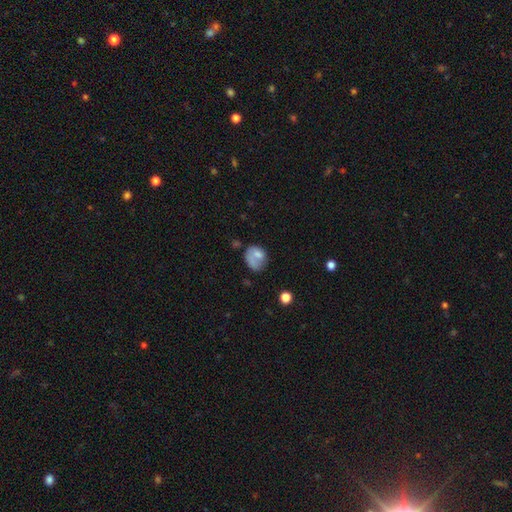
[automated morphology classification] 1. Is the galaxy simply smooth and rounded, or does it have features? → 66% smooth, 25% featured or disk, 9% star or artifact.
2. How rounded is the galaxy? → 53% in between, 46% round, 1% cigar-shaped.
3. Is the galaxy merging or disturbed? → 36% none, 26% major disturbance, 24% minor disturbance, 13% merger.